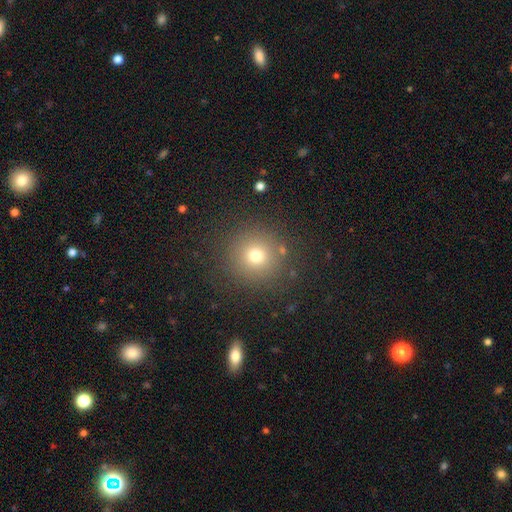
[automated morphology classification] smooth_or_featured: smooth (p=0.71) [alt: star or artifact p=0.18]
how_rounded: round (p=0.94) [alt: in between p=0.05]
merging: none (p=0.86) [alt: minor disturbance p=0.08]